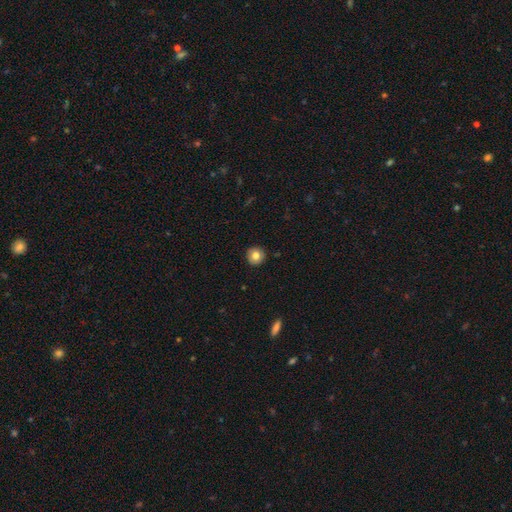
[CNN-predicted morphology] A smooth galaxy with no disk features (80%) that is round (95%). Merging: none (92%).